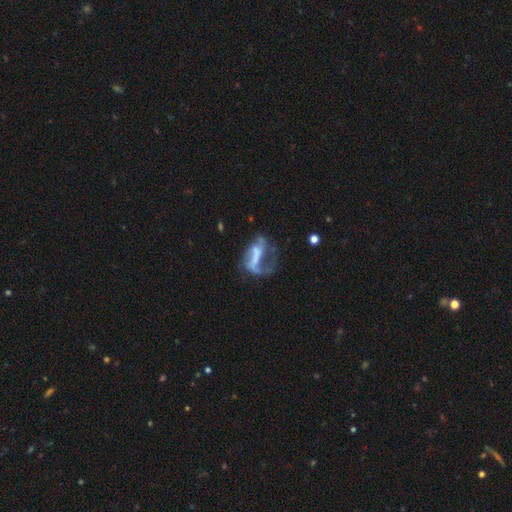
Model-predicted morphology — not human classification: A featured or disk galaxy (61%) with no bar (43%), spiral arms (52%) and no central bulge (56%).

Vote fractions:
- Smooth or featured? featured or disk: 61% / smooth: 28% / star or artifact: 11%
- Edge-on disk? no: 94% / yes: 6%
- Bar? no: 43% / strong: 29% / weak: 28%
- Spiral arms? yes: 52% / no: 48%
- Bulge size? none: 56% / small: 17% / moderate: 16% / large: 8% / dominant: 3%
- Merging? major disturbance: 49% / none: 25% / minor disturbance: 16% / merger: 9%